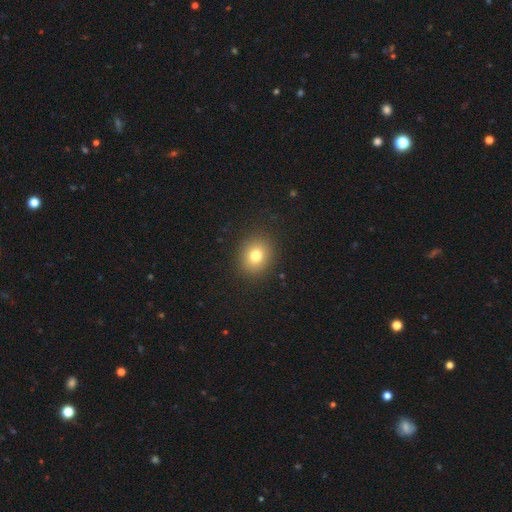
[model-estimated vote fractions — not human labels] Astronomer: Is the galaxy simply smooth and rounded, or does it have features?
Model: smooth — 78%.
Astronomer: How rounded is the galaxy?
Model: round — 70%.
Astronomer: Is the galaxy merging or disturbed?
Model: none — 89%.